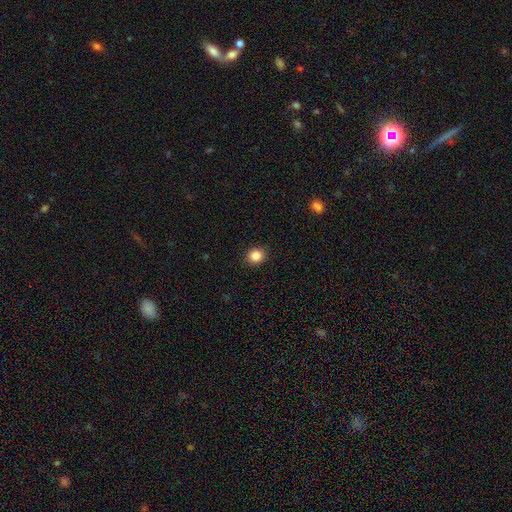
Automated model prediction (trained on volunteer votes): Smooth or featured: smooth — 85% (star or artifact — 10%)
How rounded: round — 75% (in between — 24%)
Merging: none — 91% (minor disturbance — 6%)